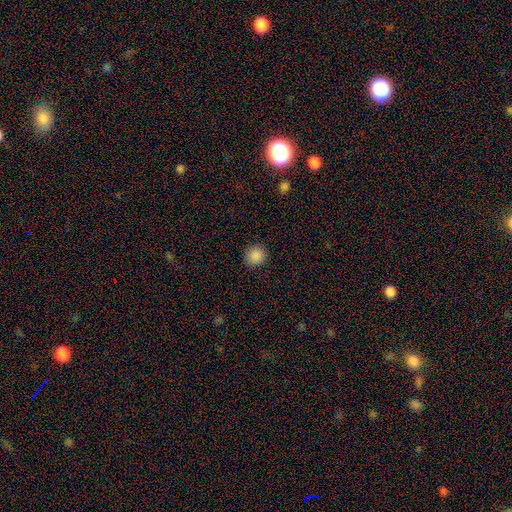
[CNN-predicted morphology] This appears to be a smooth galaxy with no disk features (88%) that is round (92%). Merging: none (91%).